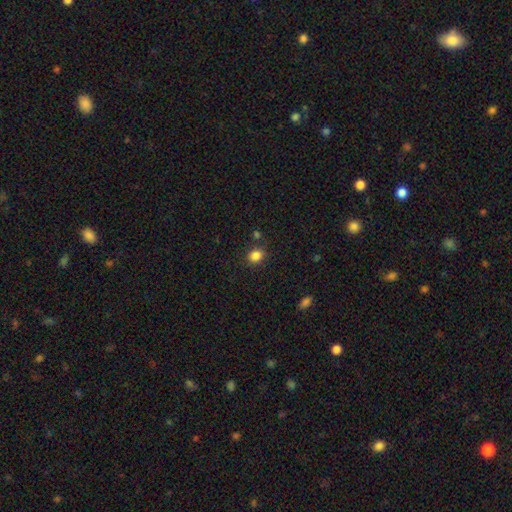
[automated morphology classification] This is clearly a smooth galaxy (85%). How rounded: possibly round (56%). Merging: clearly none (83%).